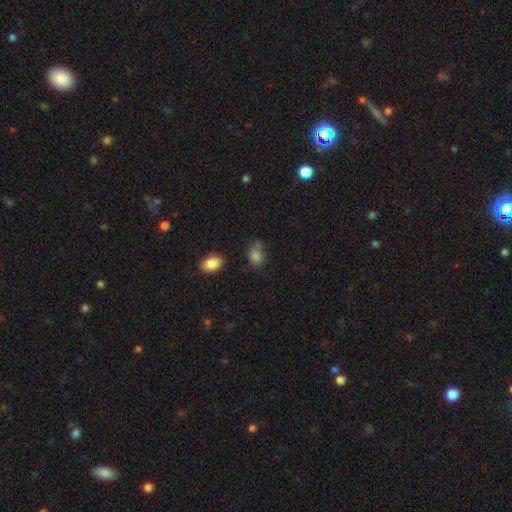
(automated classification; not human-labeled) A smooth galaxy with no disk features (82%) that is in between round and cigar-shaped (66%). Merging: none (57%).